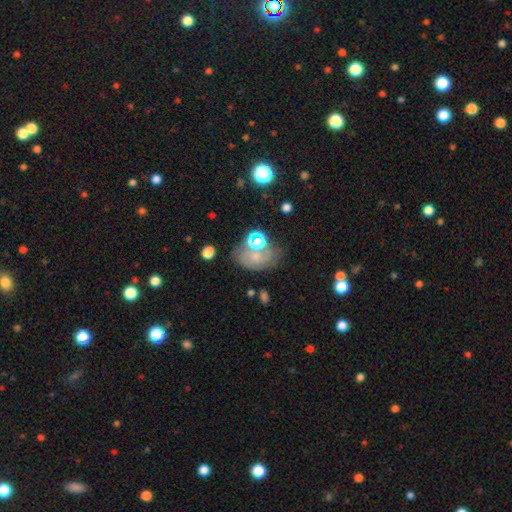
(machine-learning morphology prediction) smooth-or-featured: smooth: 42% | featured or disk: 39% | star or artifact: 19%
  merging: none: 45% | minor disturbance: 22% | major disturbance: 16% | merger: 16%